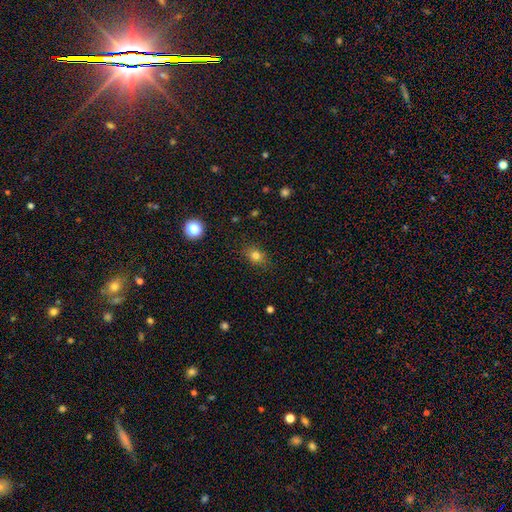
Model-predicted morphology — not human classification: Smooth or featured?
  - smooth: 77% *
  - star or artifact: 15%
  - featured or disk: 8%
How rounded?
  - round: 53% *
  - in between: 45%
  - cigar-shaped: 2%
Merging?
  - none: 84% *
  - minor disturbance: 11%
  - major disturbance: 3%
  - merger: 1%